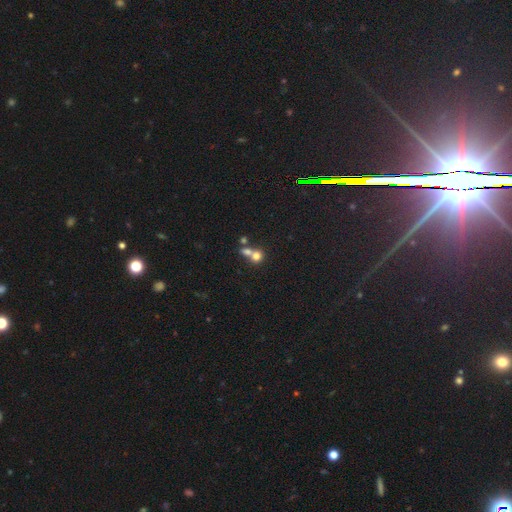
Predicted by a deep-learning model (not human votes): Smooth or featured: smooth — 72% (star or artifact — 14%)
How rounded: round — 78% (in between — 21%)
Merging: merger — 58% (none — 32%)